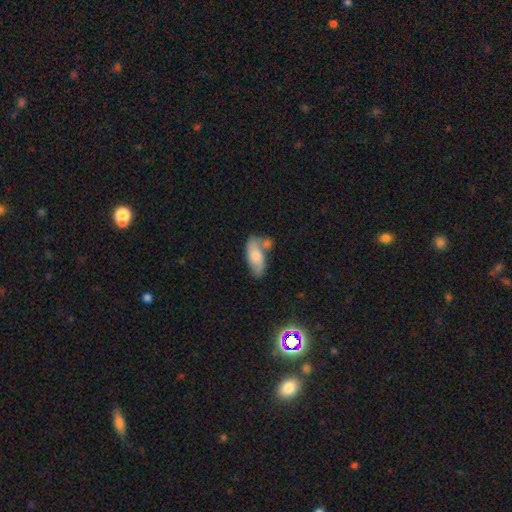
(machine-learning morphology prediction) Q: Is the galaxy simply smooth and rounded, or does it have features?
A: smooth — 63%.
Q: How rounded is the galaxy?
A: in between — 83%.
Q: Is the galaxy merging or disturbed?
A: none — 45%.